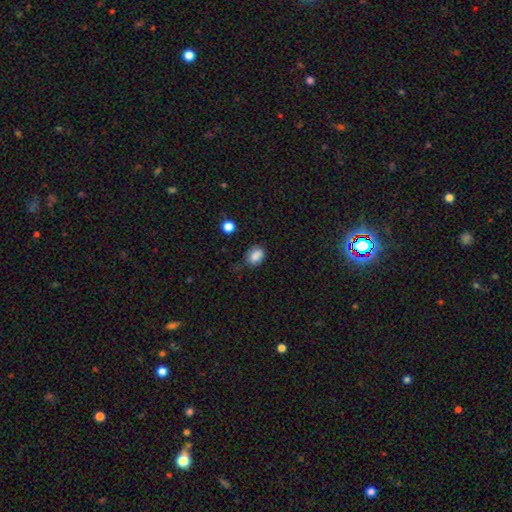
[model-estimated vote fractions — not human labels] Overall: smooth (86%). How rounded: in between (67%; round 32%). Merging: none (64%; minor disturbance 27%).